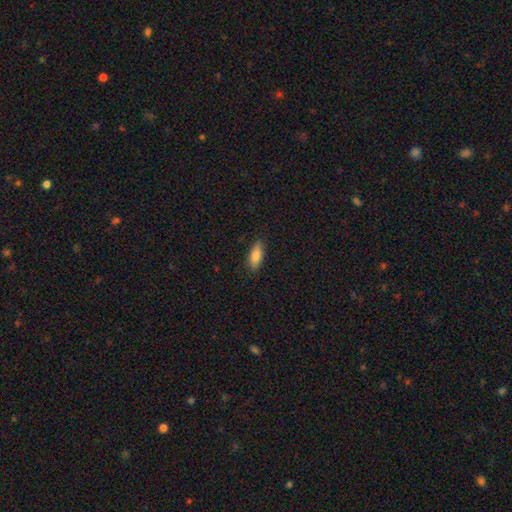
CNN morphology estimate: Smooth or featured: smooth — 80% (featured or disk — 13%)
How rounded: in between — 71% (cigar-shaped — 27%)
Merging: none — 87% (minor disturbance — 10%)